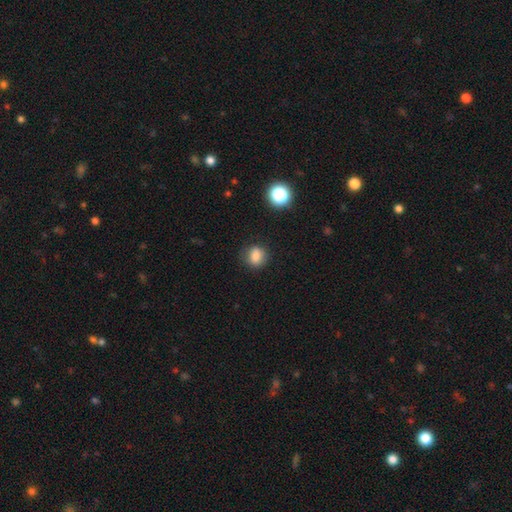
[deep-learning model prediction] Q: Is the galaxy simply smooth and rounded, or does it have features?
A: smooth — 83%.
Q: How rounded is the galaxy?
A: round — 62%.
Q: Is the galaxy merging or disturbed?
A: none — 81%.